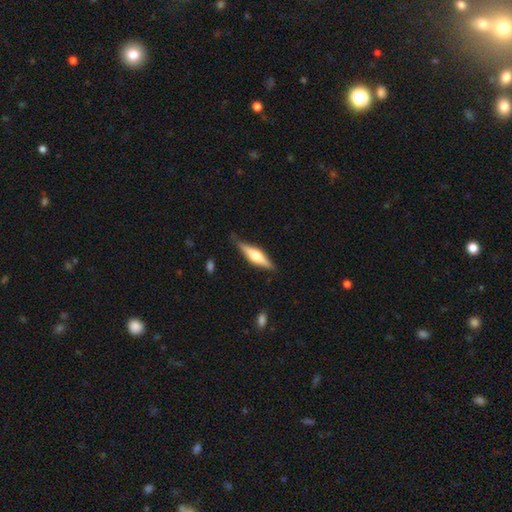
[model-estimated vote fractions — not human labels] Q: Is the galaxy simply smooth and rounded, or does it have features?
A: featured or disk — 62%.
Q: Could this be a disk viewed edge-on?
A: yes — 96%.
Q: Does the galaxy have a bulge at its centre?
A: rounded — 87%.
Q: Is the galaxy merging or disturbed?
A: none — 83%.